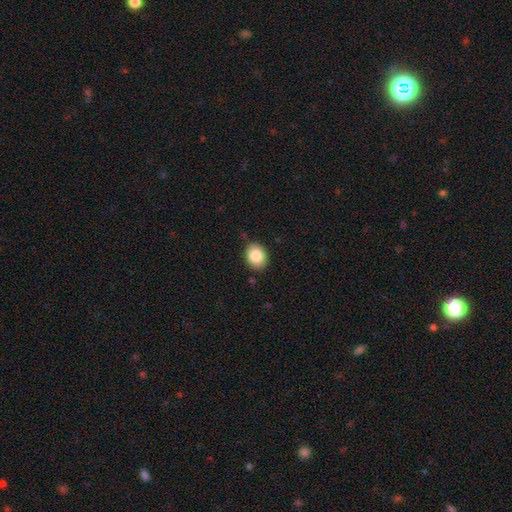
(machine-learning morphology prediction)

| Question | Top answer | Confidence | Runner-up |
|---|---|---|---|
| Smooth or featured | smooth | 85% | star or artifact (8%) |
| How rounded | in between | 55% | round (44%) |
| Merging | none | 84% | minor disturbance (12%) |